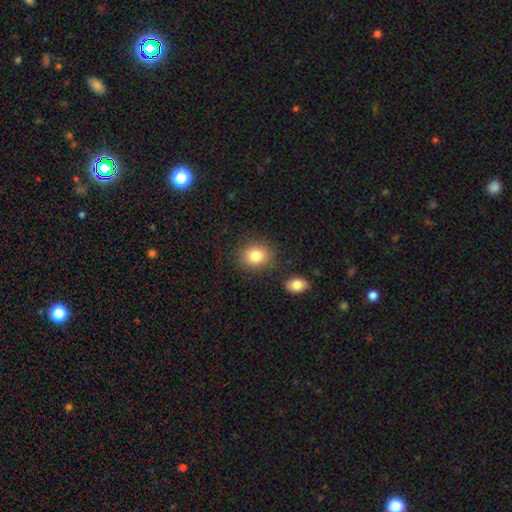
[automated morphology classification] Overall: smooth (84%). How rounded: round (61%; in between 38%). Merging: none (83%).